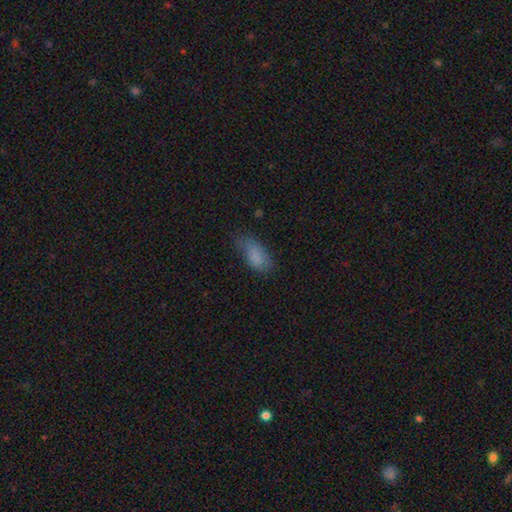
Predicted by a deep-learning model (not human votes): smooth_or_featured: smooth (p=0.83) [alt: featured or disk p=0.08]
how_rounded: in between (p=0.88) [alt: cigar-shaped p=0.09]
merging: none (p=0.55) [alt: minor disturbance p=0.32]